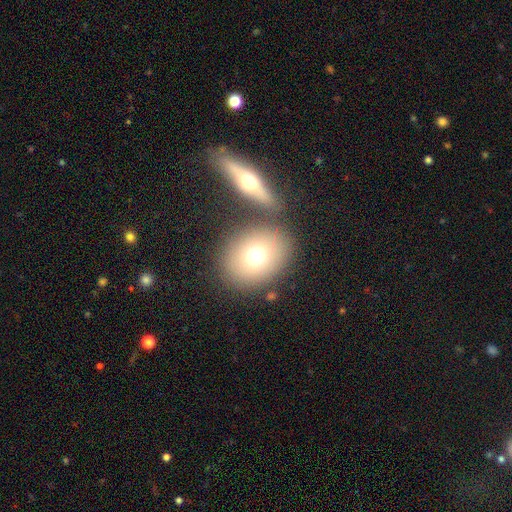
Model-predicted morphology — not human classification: This is likely a smooth galaxy (71%). How rounded: possibly round (52%). Merging: likely none (67%).